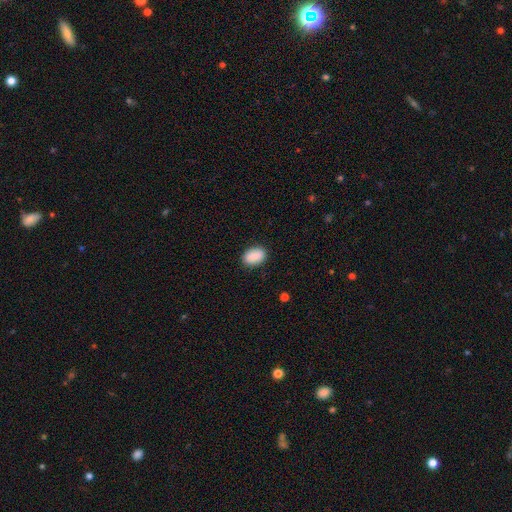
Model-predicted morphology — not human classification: Q: Smooth or featured?
A: smooth (90%); runner-up: star or artifact (7%)
Q: How rounded?
A: in between (86%); runner-up: round (12%)
Q: Merging?
A: none (87%); runner-up: minor disturbance (10%)